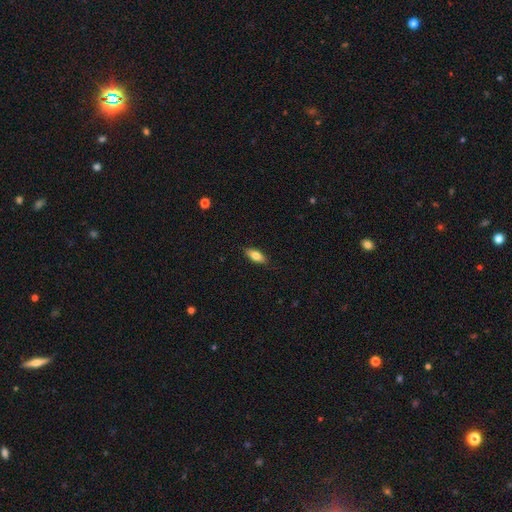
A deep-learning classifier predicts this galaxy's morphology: type=smooth (76%); roundness=in between (79%); merging=none (87%).